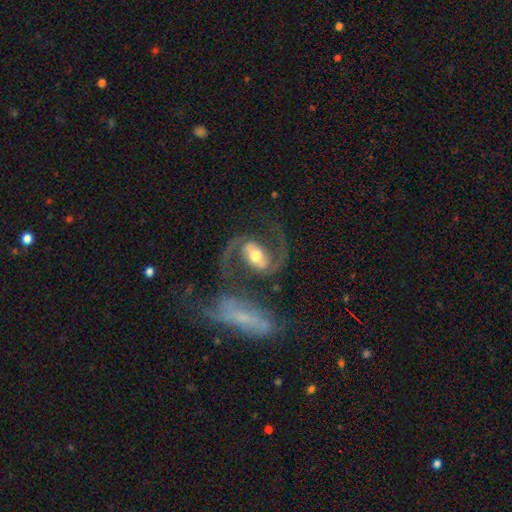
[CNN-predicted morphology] smooth-or-featured: featured or disk: 89% | smooth: 6% | star or artifact: 5%
  disk-edge-on: no: 97% | yes: 3%
    bar: strong: 39% | weak: 37% | no: 24%
    has-spiral-arms: yes: 97% | no: 3%
      spiral-winding: medium: 56% | loose: 32% | tight: 12%
      spiral-arm-count: 2: 94% | can't tell: 2% | 1: 2% | 3: 1% | 4: 1% | more than 4: 1%
    bulge-size: moderate: 67% | large: 15% | small: 14% | dominant: 2% | none: 2%
  merging: none: 63% | merger: 14% | minor disturbance: 13% | major disturbance: 10%